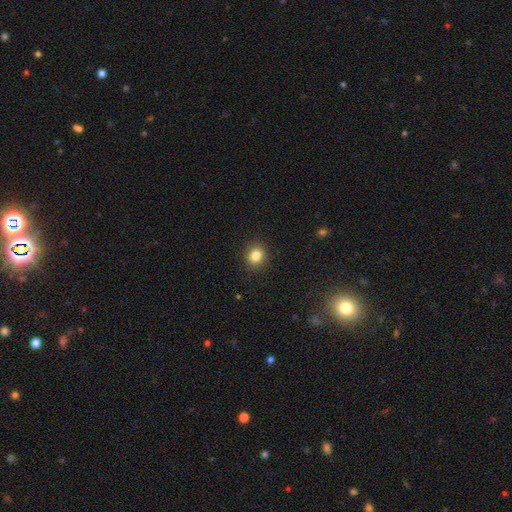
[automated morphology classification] Smooth or featured: smooth — 83% (star or artifact — 12%)
How rounded: round — 72% (in between — 27%)
Merging: none — 90% (minor disturbance — 7%)